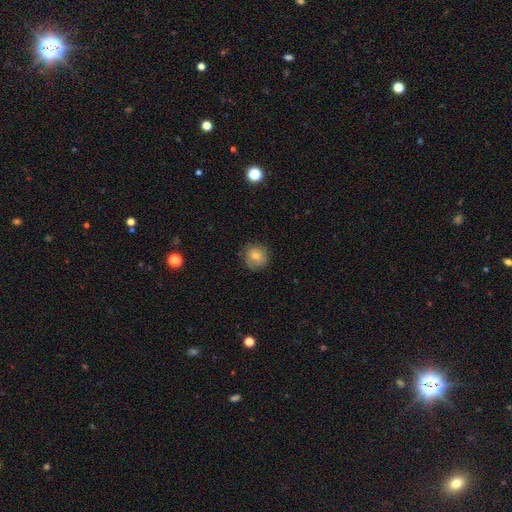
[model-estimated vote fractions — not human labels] A smooth galaxy with no disk features (67%) that is round (89%).

Vote fractions:
- Smooth or featured? smooth: 67% / featured or disk: 22% / star or artifact: 12%
- How rounded? round: 89% / in between: 10% / cigar-shaped: 1%
- Merging? none: 82% / minor disturbance: 13% / major disturbance: 3% / merger: 1%